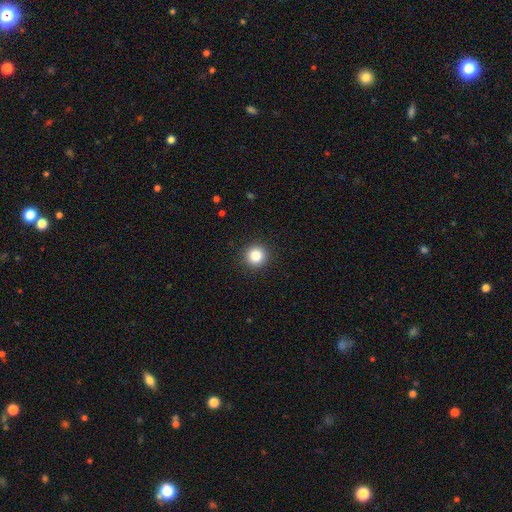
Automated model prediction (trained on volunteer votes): The model was most divided on "smooth or featured": smooth: 85%, star or artifact: 11%, featured or disk: 4%. More confident: how rounded — round (95%); merging — none (92%).